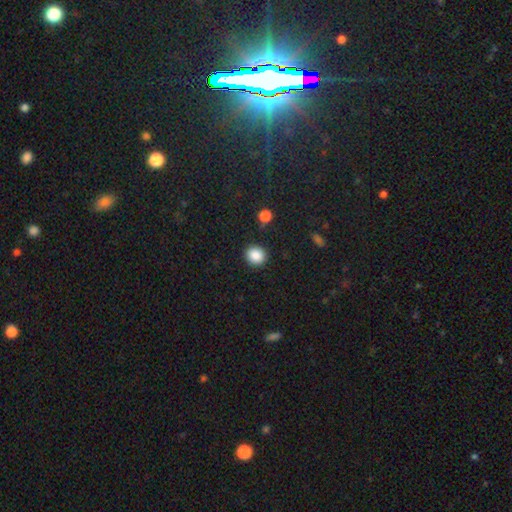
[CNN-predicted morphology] Smooth or featured?
  - smooth: 86% *
  - star or artifact: 10%
  - featured or disk: 4%
How rounded?
  - round: 84% *
  - in between: 15%
  - cigar-shaped: 1%
Merging?
  - none: 90% *
  - minor disturbance: 6%
  - major disturbance: 2%
  - merger: 2%